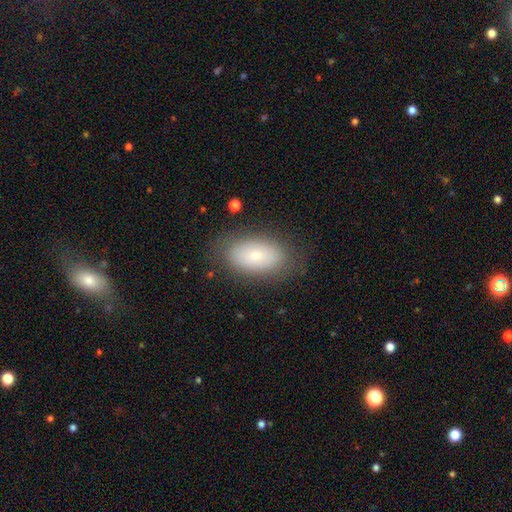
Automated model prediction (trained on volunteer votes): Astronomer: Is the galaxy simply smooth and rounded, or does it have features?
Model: smooth — 70%.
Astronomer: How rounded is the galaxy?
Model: in between — 92%.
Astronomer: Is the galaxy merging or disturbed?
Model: none — 80%.